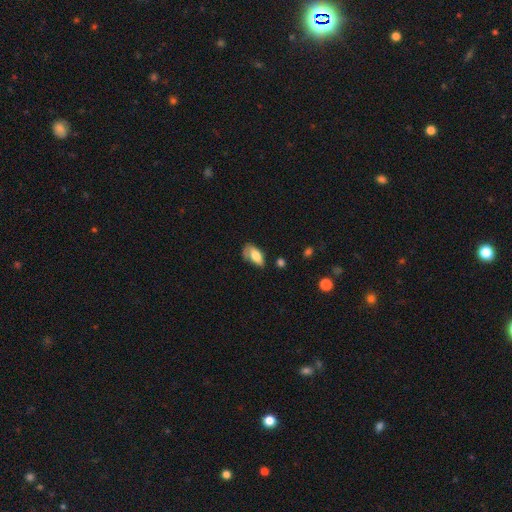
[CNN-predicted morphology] smooth_or_featured: smooth (p=0.73) [alt: featured or disk p=0.20]
how_rounded: in between (p=0.91) [alt: cigar-shaped p=0.05]
merging: none (p=0.41) [alt: minor disturbance p=0.35]